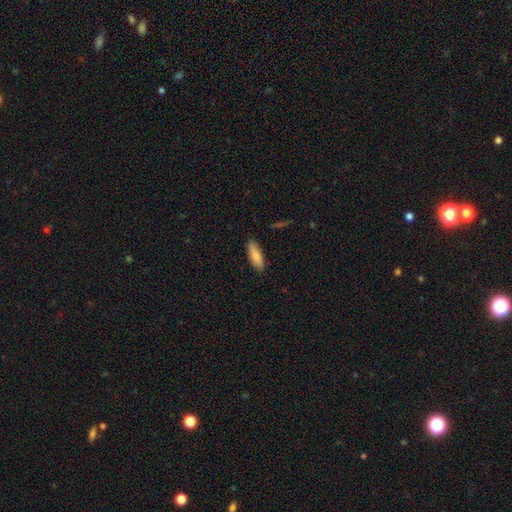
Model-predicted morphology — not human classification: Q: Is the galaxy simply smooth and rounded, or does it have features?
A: smooth — 82%.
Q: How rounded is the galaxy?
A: in between — 62%.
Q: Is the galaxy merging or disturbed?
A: none — 88%.